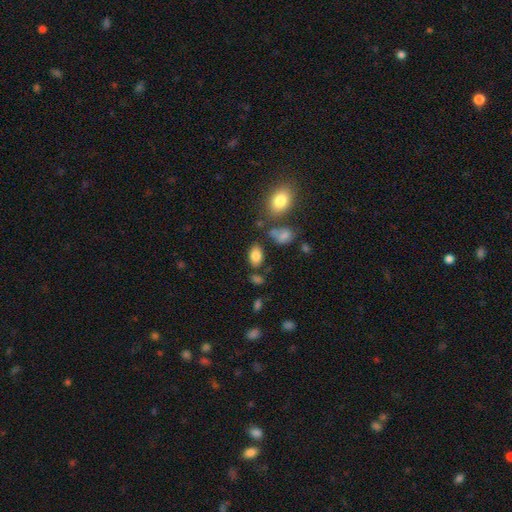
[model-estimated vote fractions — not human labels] Smooth or featured: smooth — 83% (star or artifact — 10%)
How rounded: in between — 89% (round — 10%)
Merging: none — 75% (minor disturbance — 13%)